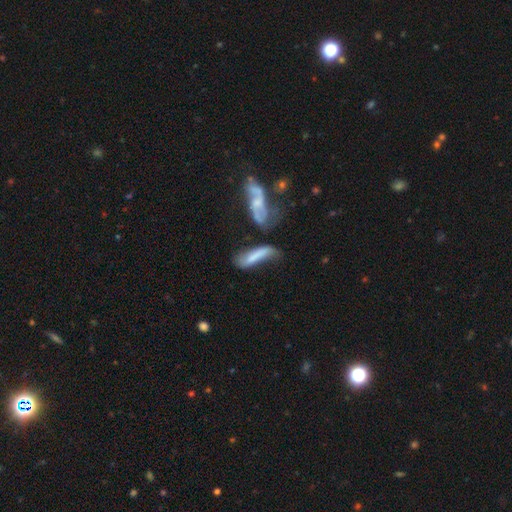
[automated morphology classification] Smooth or featured?
  - smooth: 61% *
  - featured or disk: 30%
  - star or artifact: 9%
How rounded?
  - cigar-shaped: 69% *
  - in between: 28%
  - round: 2%
Merging?
  - none: 30% *
  - merger: 25%
  - minor disturbance: 23%
  - major disturbance: 22%